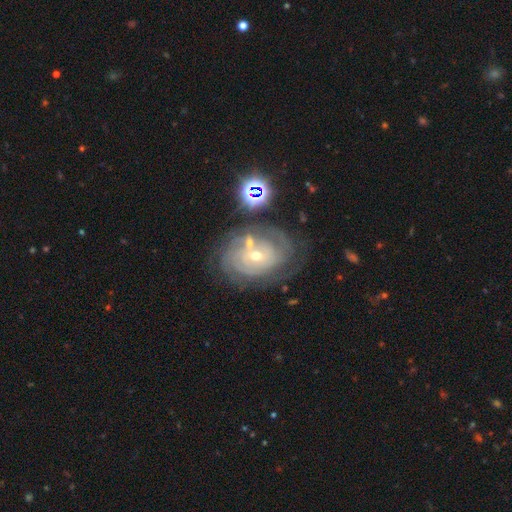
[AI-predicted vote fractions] Overall: featured or disk (80%). Edge-on disk: no (96%). Bar: no (66%; weak 27%). Spiral arms: yes (89%). Spiral arm count: can't tell (49%; 2 17%). Spiral winding: tight (76%). Bulge size: small (52%; moderate 44%). Merging: none (60%).